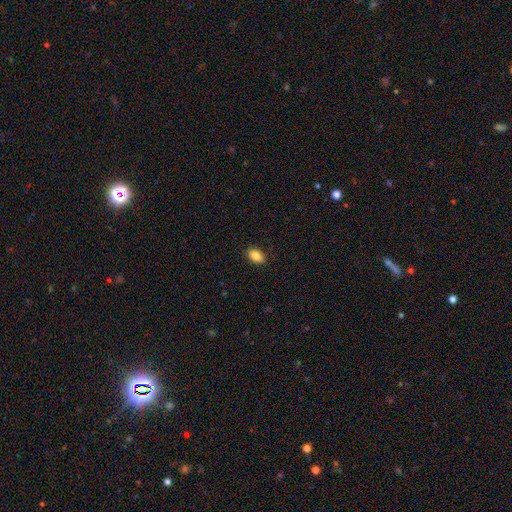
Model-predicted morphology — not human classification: This appears to be a smooth galaxy with no disk features (87%) that is in between round and cigar-shaped (90%). Merging: none (89%).